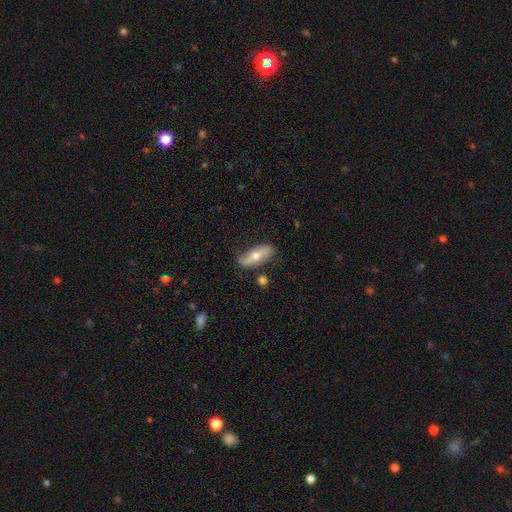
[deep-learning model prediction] This is possibly a smooth galaxy (55%). How rounded: possibly in between (58%). Merging: likely none (74%).